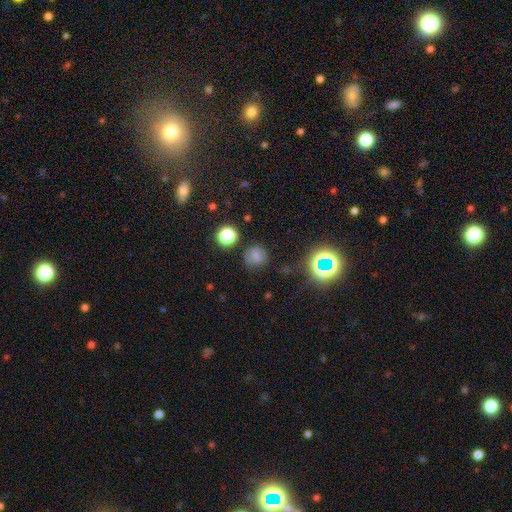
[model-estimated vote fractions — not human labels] Smooth or featured?
  - smooth: 64% *
  - star or artifact: 24%
  - featured or disk: 13%
How rounded?
  - round: 85% *
  - in between: 14%
  - cigar-shaped: 1%
Merging?
  - none: 78% *
  - minor disturbance: 14%
  - major disturbance: 5%
  - merger: 3%